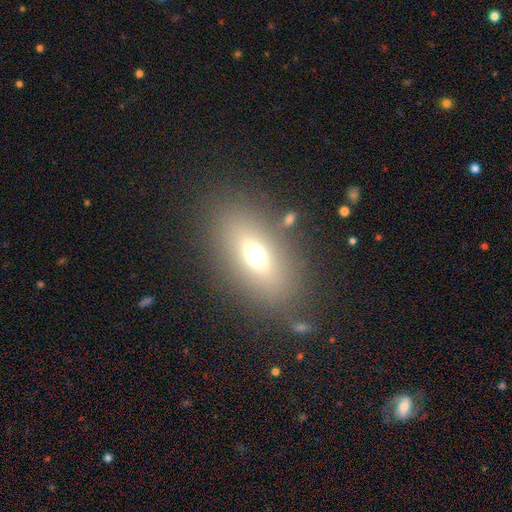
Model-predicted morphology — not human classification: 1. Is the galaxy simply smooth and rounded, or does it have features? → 62% smooth, 21% featured or disk, 17% star or artifact.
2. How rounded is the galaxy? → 78% in between, 16% round, 7% cigar-shaped.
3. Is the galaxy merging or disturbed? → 77% none, 10% minor disturbance, 8% major disturbance, 5% merger.